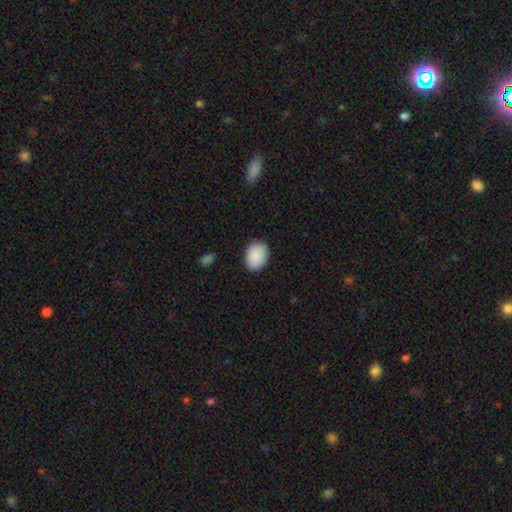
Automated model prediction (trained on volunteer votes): Q: Smooth or featured?
A: smooth (90%); runner-up: star or artifact (6%)
Q: How rounded?
A: in between (72%); runner-up: round (27%)
Q: Merging?
A: none (87%); runner-up: minor disturbance (10%)